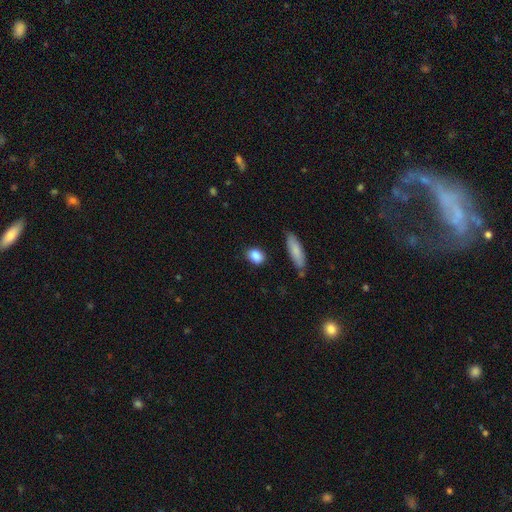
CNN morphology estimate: Smooth or featured?
  - smooth: 87% *
  - star or artifact: 8%
  - featured or disk: 5%
How rounded?
  - in between: 66% *
  - round: 29%
  - cigar-shaped: 5%
Merging?
  - none: 80% *
  - minor disturbance: 14%
  - major disturbance: 3%
  - merger: 3%